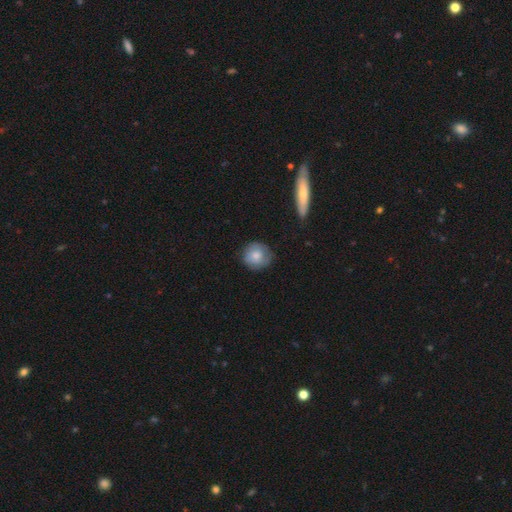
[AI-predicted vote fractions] Smooth or featured? smooth (76%)
How rounded? round (91%)
Merging? none (79%)